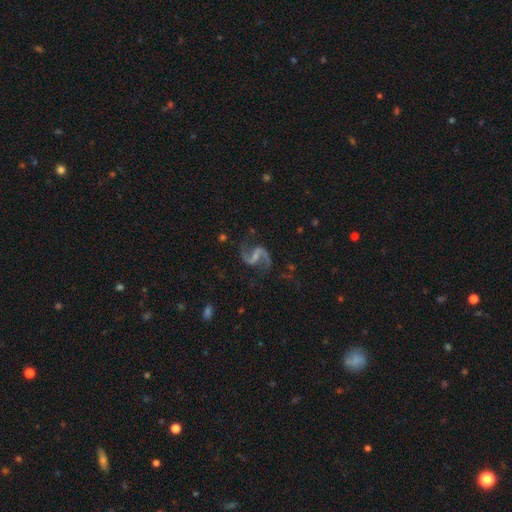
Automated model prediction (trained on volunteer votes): A featured or disk galaxy (92%) with a weak bar (45%), 2 (94%) loose (56%) spiral arms (98%) and a small central bulge (47%). Merging: none (77%).